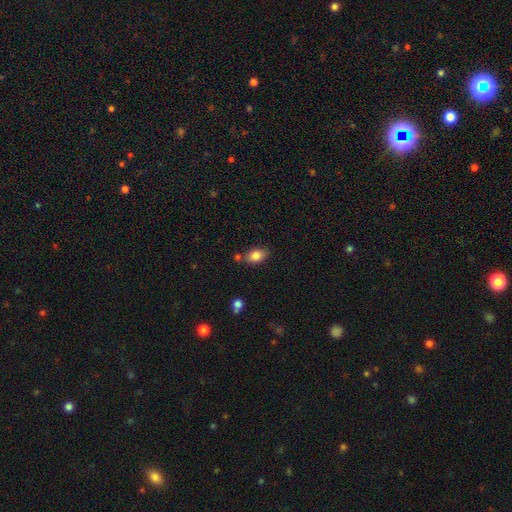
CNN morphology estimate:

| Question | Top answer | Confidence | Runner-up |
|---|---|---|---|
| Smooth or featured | smooth | 83% | featured or disk (9%) |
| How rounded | in between | 86% | round (12%) |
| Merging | none | 73% | minor disturbance (16%) |